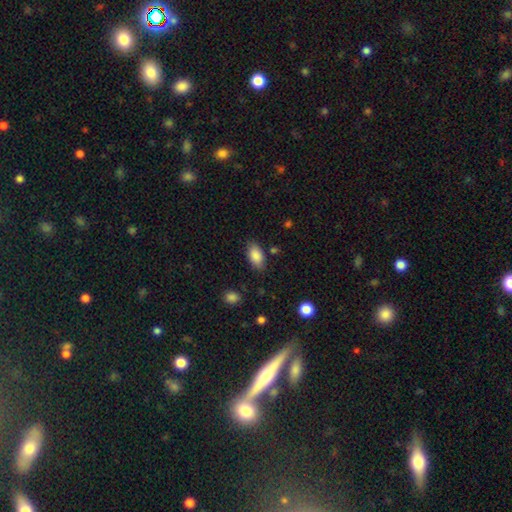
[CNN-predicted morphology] Smooth or featured? smooth (87%)
How rounded? in between (92%)
Merging? none (82%)